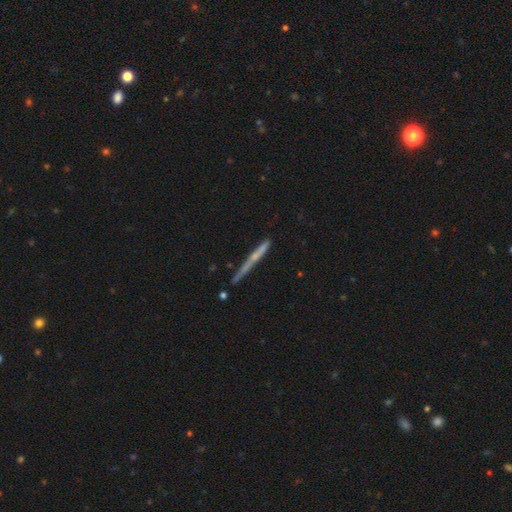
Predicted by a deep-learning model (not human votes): Overall: featured or disk (55%; smooth 37%). Edge-on disk: yes (95%). Edge-on bulge: none (65%; rounded 29%). Merging: none (74%).